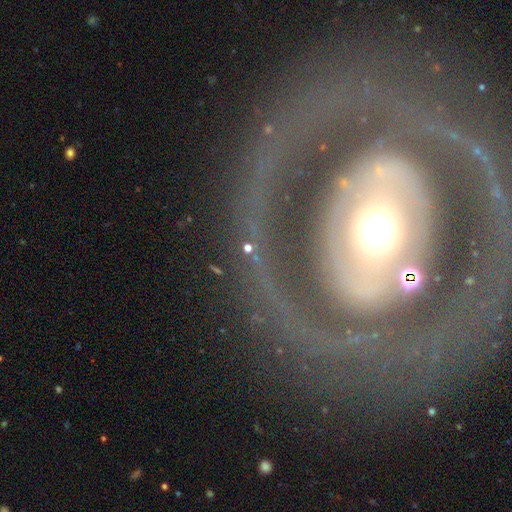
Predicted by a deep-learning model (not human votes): Q: Smooth or featured?
A: featured or disk (77%); runner-up: smooth (17%)
Q: Edge-on disk?
A: no (95%); runner-up: yes (5%)
Q: Bar?
A: no (60%); runner-up: strong (20%)
Q: Spiral arms?
A: no (50%); tied with: yes (50%)
Q: Bulge size?
A: moderate (60%); runner-up: large (22%)
Q: Merging?
A: none (76%); runner-up: major disturbance (11%)